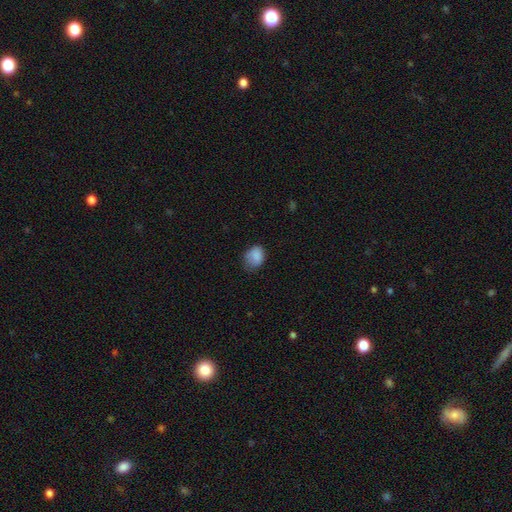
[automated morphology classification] A smooth galaxy with no disk features (86%) that is in between round and cigar-shaped (60%).

Vote fractions:
- Smooth or featured? smooth: 86% / star or artifact: 9% / featured or disk: 5%
- How rounded? in between: 60% / round: 40% / cigar-shaped: 1%
- Merging? none: 58% / minor disturbance: 32% / major disturbance: 9% / merger: 1%